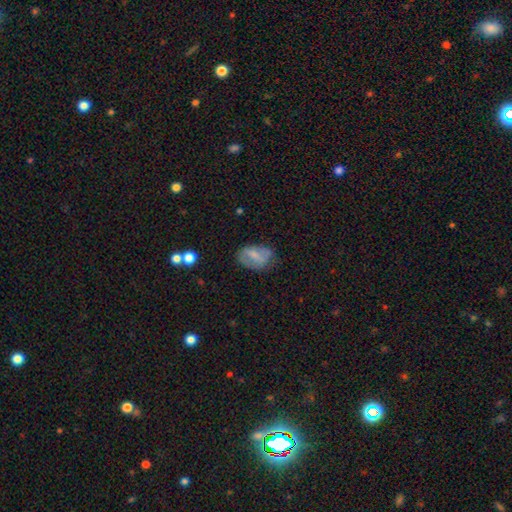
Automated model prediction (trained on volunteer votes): Smooth or featured? Predicted: smooth (p=0.57). How rounded? Predicted: in between (p=0.86). Merging? Predicted: none (p=0.61).